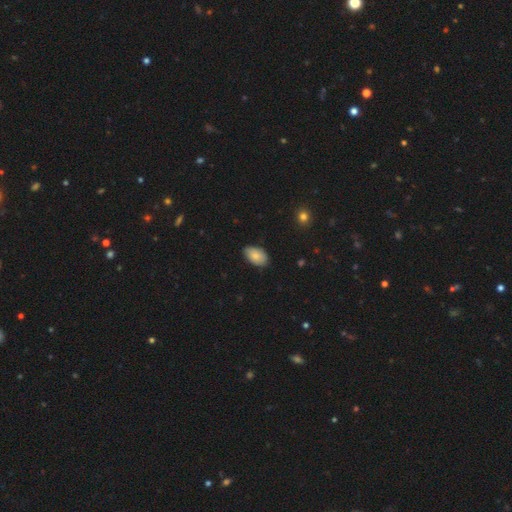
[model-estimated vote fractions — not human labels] This is clearly a smooth galaxy (84%). How rounded: clearly in between (93%). Merging: likely none (80%).